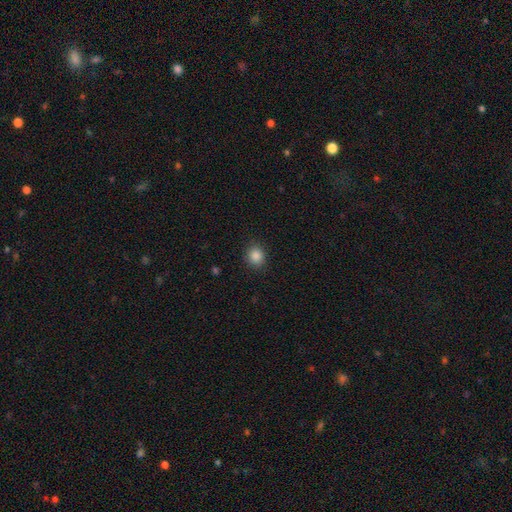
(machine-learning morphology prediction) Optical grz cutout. It shows a smooth galaxy with no disk features (86%) that is round (76%). Merging: none (89%).